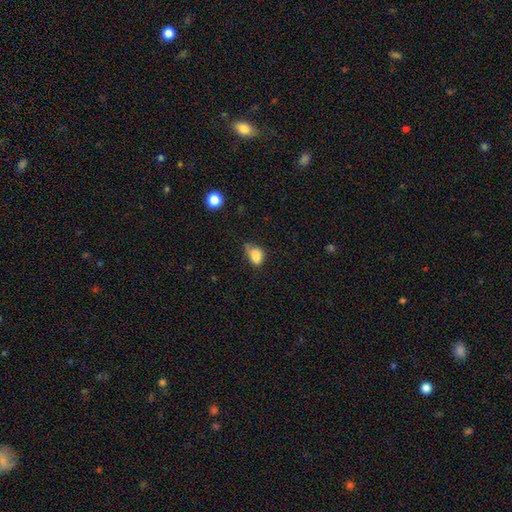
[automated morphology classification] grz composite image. It shows a smooth galaxy with no disk features (80%) that is in between round and cigar-shaped (76%). Merging: minor disturbance (38%).